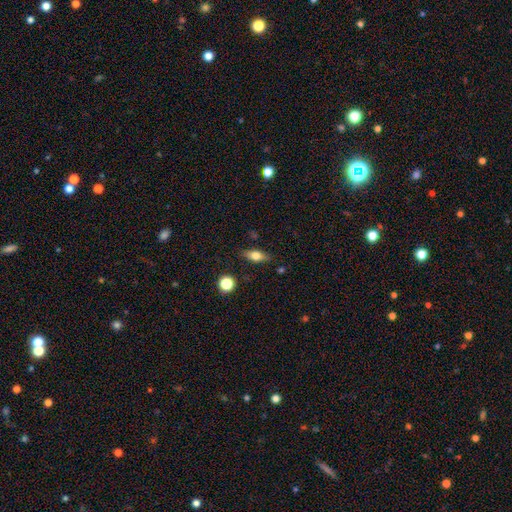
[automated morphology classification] smooth_or_featured: smooth (p=0.61) [alt: featured or disk p=0.31]
how_rounded: in between (p=0.66) [alt: cigar-shaped p=0.27]
merging: none (p=0.84) [alt: minor disturbance p=0.11]